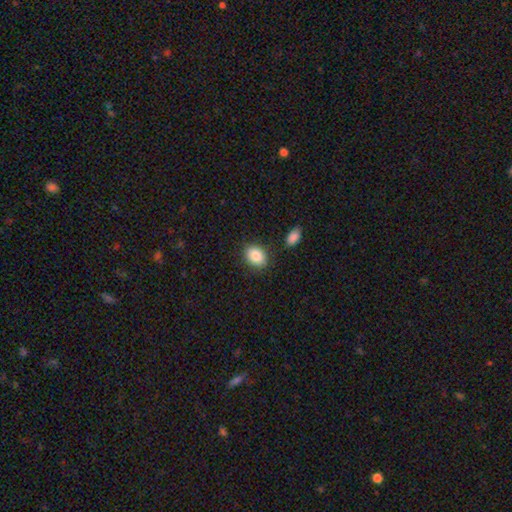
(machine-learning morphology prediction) smooth_or_featured: smooth (p=0.85) [alt: star or artifact p=0.08]
how_rounded: in between (p=0.64) [alt: round p=0.35]
merging: none (p=0.81) [alt: minor disturbance p=0.11]